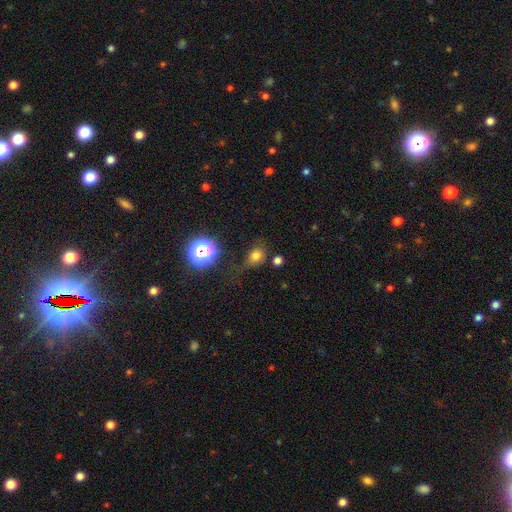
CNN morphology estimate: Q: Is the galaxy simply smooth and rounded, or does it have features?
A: smooth — 73%.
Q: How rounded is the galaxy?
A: round — 60%.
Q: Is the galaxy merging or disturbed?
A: none — 55%.